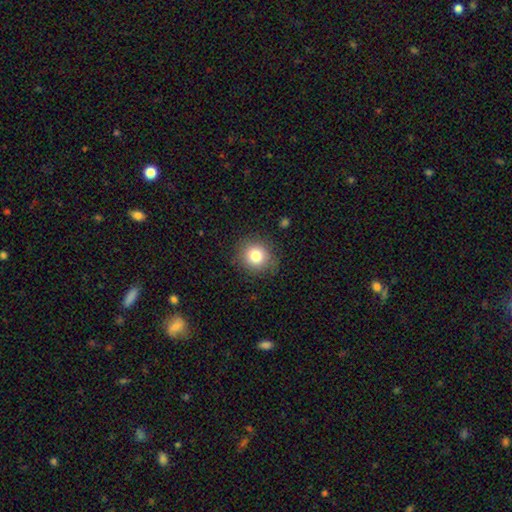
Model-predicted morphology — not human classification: Smooth or featured: smooth — 80% (star or artifact — 11%)
How rounded: round — 87% (in between — 12%)
Merging: none — 85% (minor disturbance — 11%)